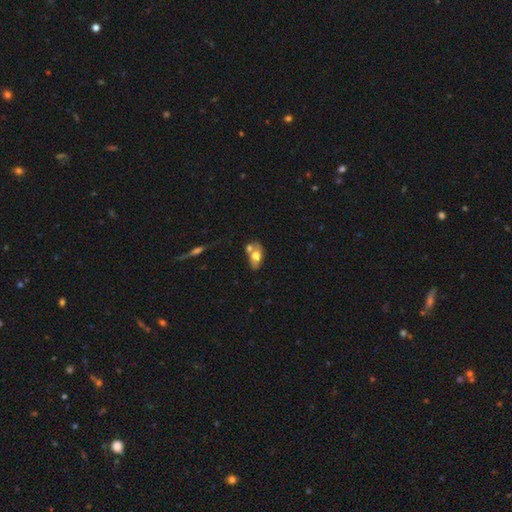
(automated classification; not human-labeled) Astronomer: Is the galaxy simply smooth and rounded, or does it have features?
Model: smooth — 60%.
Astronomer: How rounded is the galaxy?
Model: in between — 87%.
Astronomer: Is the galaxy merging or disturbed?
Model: none — 44% (runner-up: merger, 37%).